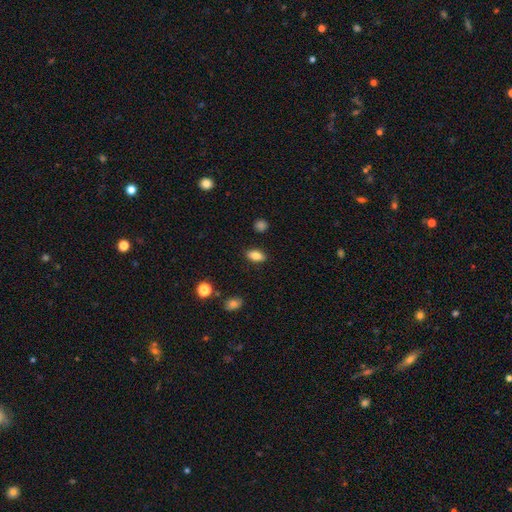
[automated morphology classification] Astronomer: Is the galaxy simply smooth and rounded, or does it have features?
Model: smooth — 83%.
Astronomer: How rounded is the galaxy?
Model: in between — 86%.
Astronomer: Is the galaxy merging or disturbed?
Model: none — 87%.